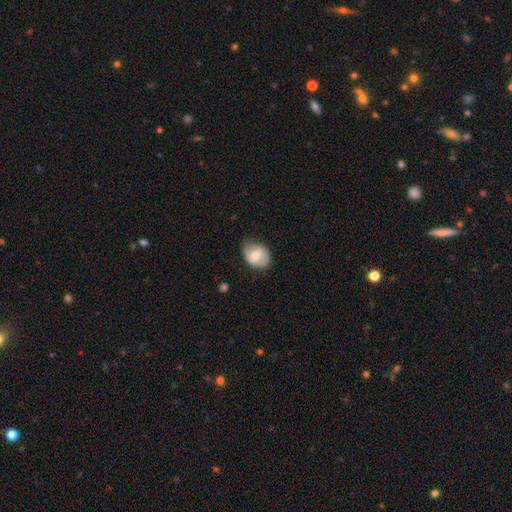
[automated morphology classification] type=smooth (56%); roundness=in between (57%); merging=none (65%).